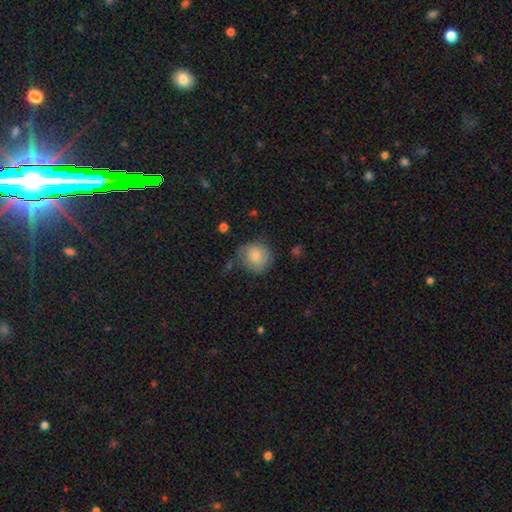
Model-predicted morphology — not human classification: type=smooth (74%); roundness=round (85%); merging=none (65%).